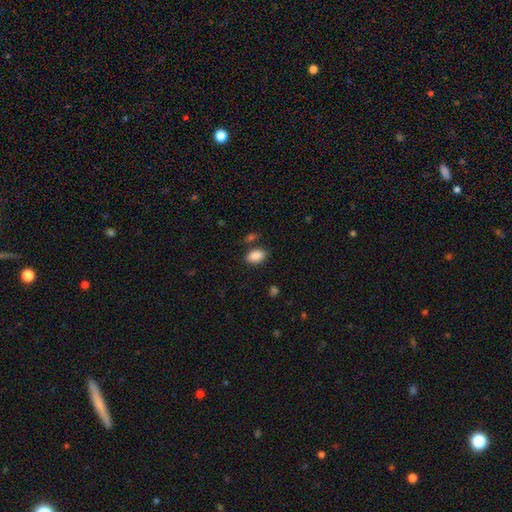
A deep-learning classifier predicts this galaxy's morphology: smooth 88%, star or artifact 8%, featured or disk 4%. Down the decision tree: how rounded — in between (89%); merging — none (76%).